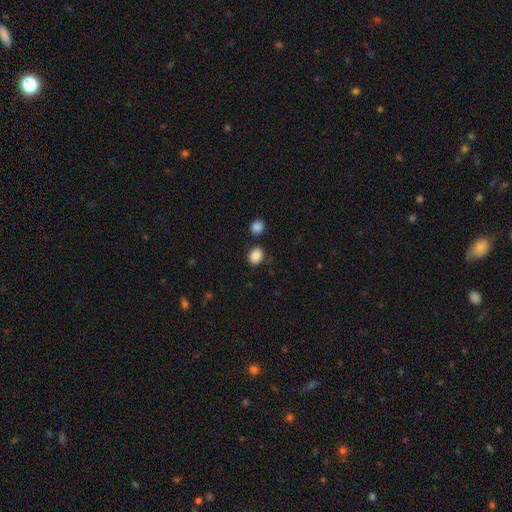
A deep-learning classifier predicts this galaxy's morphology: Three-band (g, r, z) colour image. It shows a smooth galaxy with no disk features (87%) that is round (52%). Merging: none (80%).